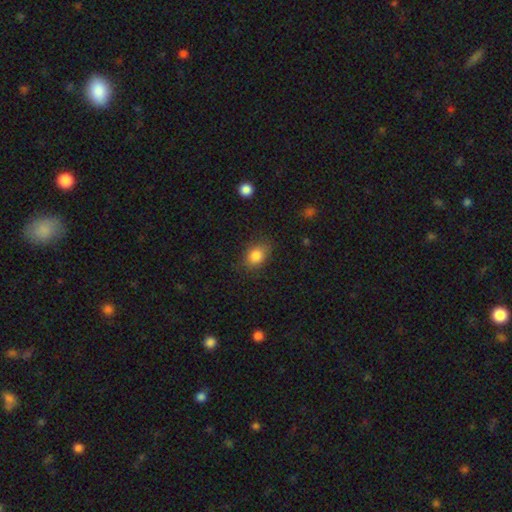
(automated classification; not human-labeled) smooth-or-featured: smooth: 84% | star or artifact: 9% | featured or disk: 6%
  how-rounded: in between: 63% | round: 36% | cigar-shaped: 1%
  merging: none: 77% | minor disturbance: 17% | major disturbance: 5% | merger: 1%